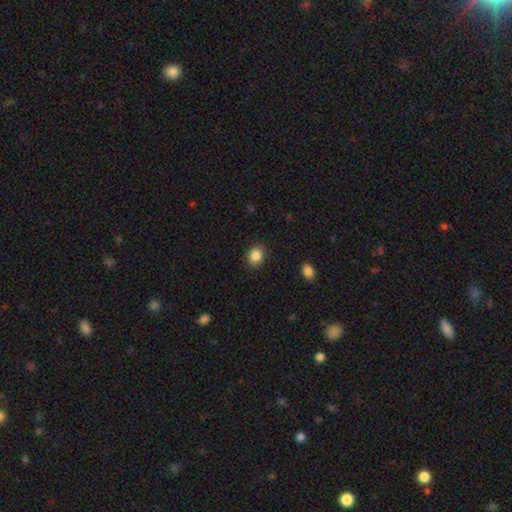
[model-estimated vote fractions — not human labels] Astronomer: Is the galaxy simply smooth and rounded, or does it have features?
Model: smooth — 87%.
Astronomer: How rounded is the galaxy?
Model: round — 54% (runner-up: in between, 45%).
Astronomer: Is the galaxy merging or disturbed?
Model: none — 88%.